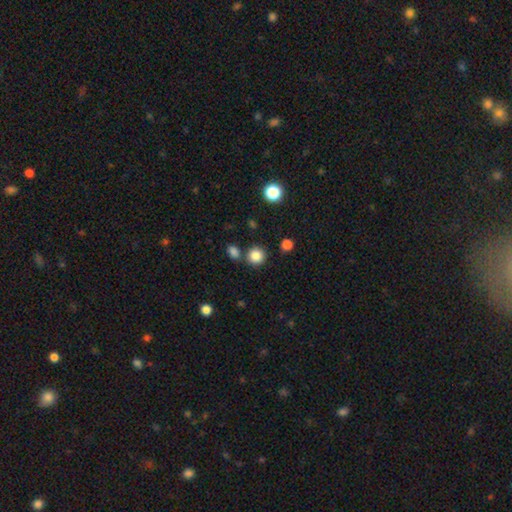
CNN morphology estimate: smooth-or-featured: smooth: 85% | star or artifact: 11% | featured or disk: 4%
  how-rounded: round: 91% | in between: 8% | cigar-shaped: 1%
  merging: none: 79% | merger: 11% | minor disturbance: 8% | major disturbance: 3%